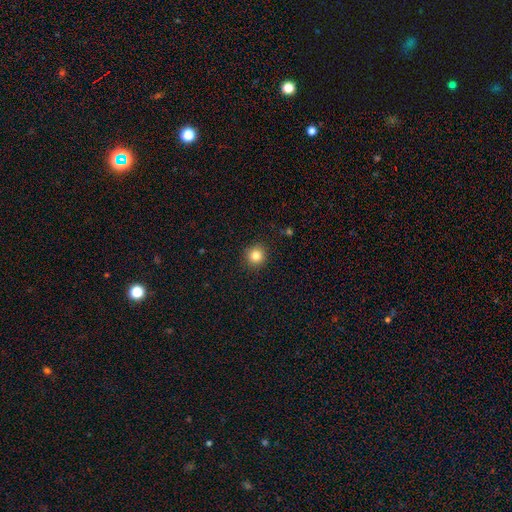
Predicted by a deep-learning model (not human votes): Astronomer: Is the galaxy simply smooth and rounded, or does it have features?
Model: smooth — 83%.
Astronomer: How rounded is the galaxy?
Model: round — 91%.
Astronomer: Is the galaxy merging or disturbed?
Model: none — 91%.